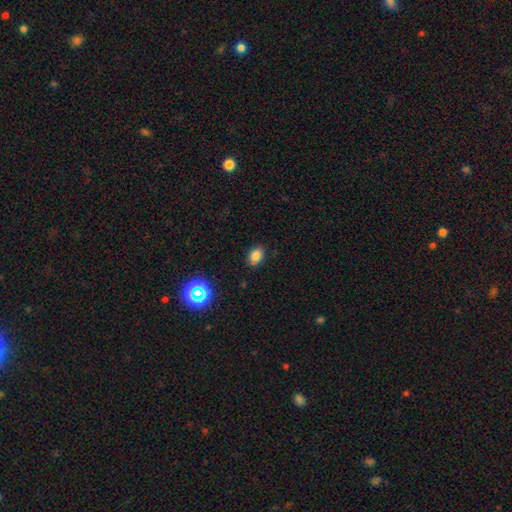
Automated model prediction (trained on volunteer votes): The model was most divided on "how rounded": in between: 76%, round: 23%, cigar-shaped: 1%. More confident: merging — none (84%); smooth or featured — smooth (80%).